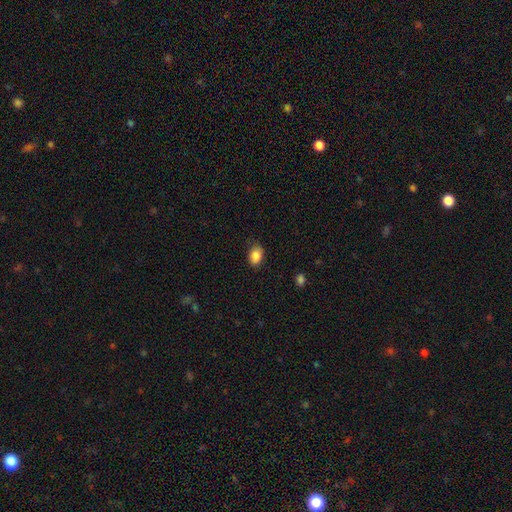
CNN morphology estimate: This appears to be a smooth galaxy with no disk features (87%) that is in between round and cigar-shaped (82%). Merging: none (82%).